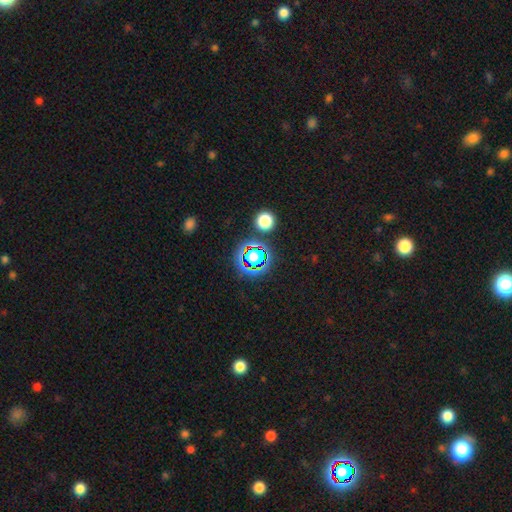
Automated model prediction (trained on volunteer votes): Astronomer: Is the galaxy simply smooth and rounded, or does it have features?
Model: star or artifact — 58%.